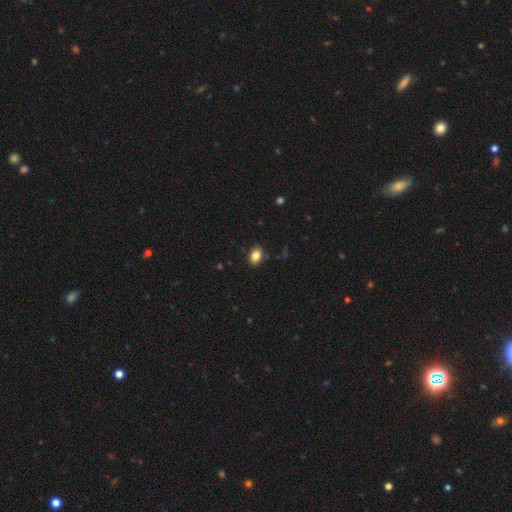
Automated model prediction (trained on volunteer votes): This appears to be a smooth galaxy with no disk features (85%) that is in between round and cigar-shaped (76%). Merging: none (86%).